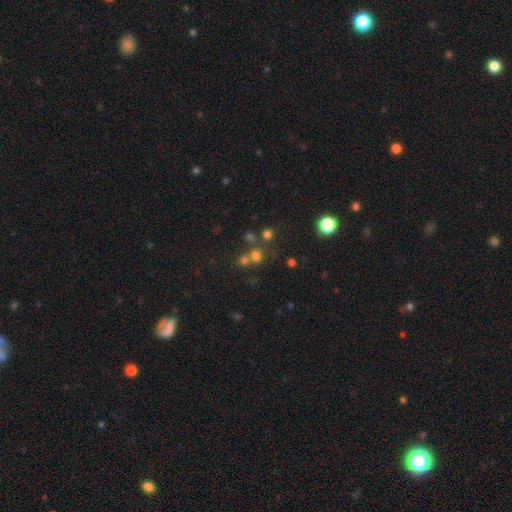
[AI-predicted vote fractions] Q: Smooth or featured?
A: smooth (63%); runner-up: star or artifact (26%)
Q: How rounded?
A: round (86%); runner-up: in between (13%)
Q: Merging?
A: none (57%); runner-up: merger (32%)